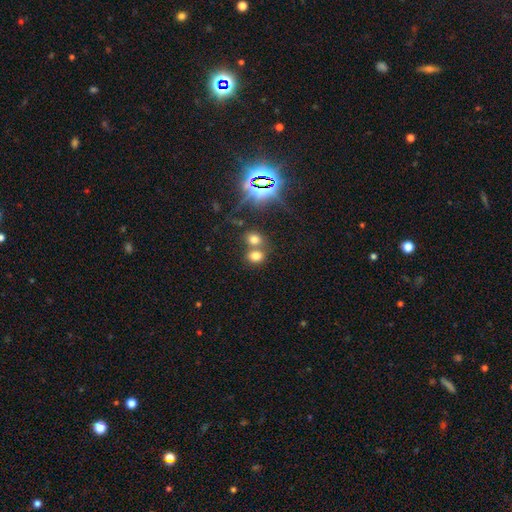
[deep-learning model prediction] This appears to be a smooth galaxy with no disk features (70%) that is round (51%). Merging: merger (47%).